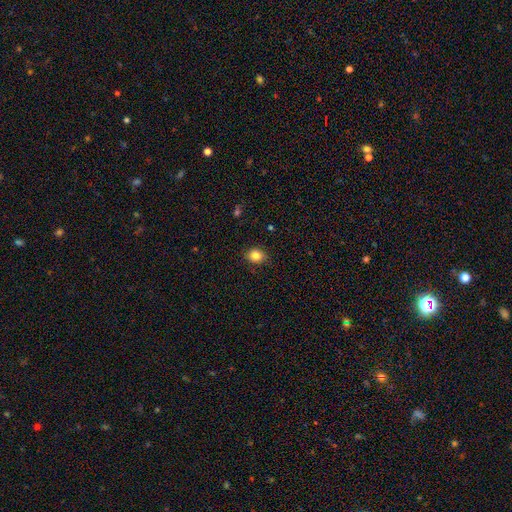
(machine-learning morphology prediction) Q: Smooth or featured?
A: smooth (83%); runner-up: star or artifact (11%)
Q: How rounded?
A: round (64%); runner-up: in between (35%)
Q: Merging?
A: none (84%); runner-up: minor disturbance (12%)